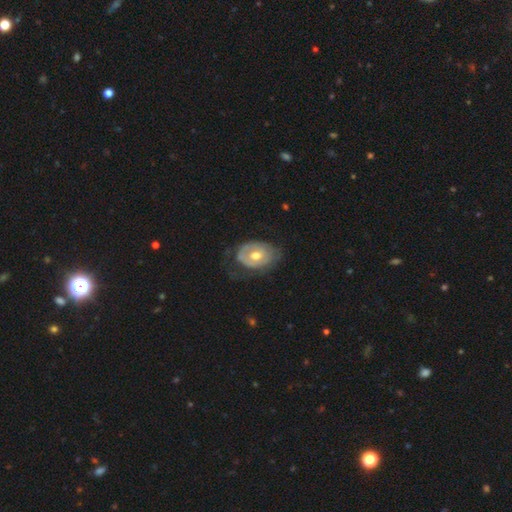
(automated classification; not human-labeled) This is possibly a featured or disk galaxy (55%). It is clearly not viewed edge-on (94%). Bar: likely no (76%). Spiral arm pattern: possibly no (57%). Central bulge: likely moderate (76%). Merging: possibly none (50%).